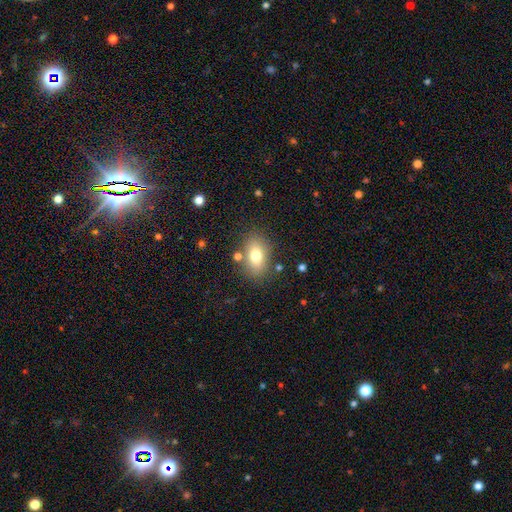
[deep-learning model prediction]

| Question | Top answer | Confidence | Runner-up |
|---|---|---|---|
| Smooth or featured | smooth | 75% | featured or disk (15%) |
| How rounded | in between | 84% | round (14%) |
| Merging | none | 78% | minor disturbance (12%) |